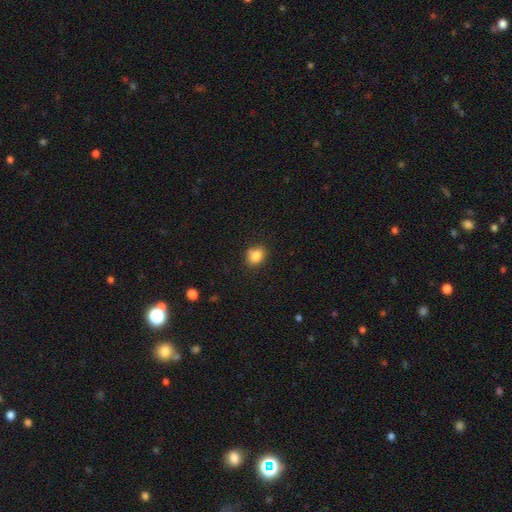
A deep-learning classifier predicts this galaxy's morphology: The model was most divided on "how rounded": round: 57%, in between: 42%, cigar-shaped: 1%. More confident: smooth or featured — smooth (85%); merging — none (80%).